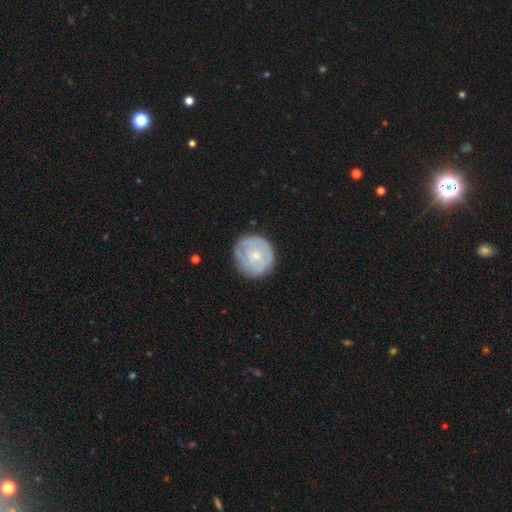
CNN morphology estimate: featured or disk 53%, smooth 41%, star or artifact 5%. Down the decision tree: edge-on disk — no (98%); bar — no (79%); spiral arms — yes (63%); bulge size — small (57%); merging — none (75%).